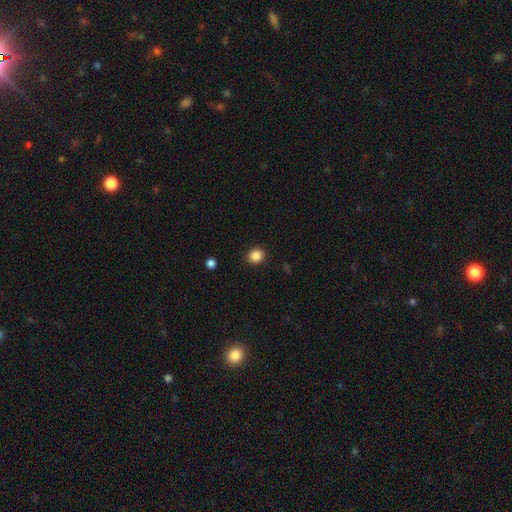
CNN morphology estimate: type=smooth (86%); roundness=round (77%); merging=none (91%).